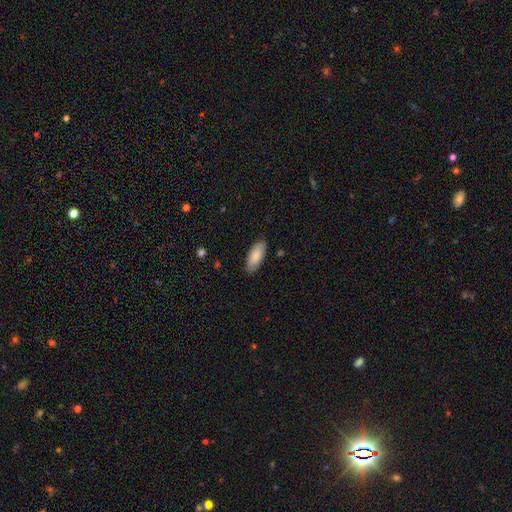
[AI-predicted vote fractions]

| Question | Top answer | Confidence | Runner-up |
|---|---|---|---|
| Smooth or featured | smooth | 82% | featured or disk (13%) |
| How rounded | in between | 86% | cigar-shaped (13%) |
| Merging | none | 86% | minor disturbance (11%) |